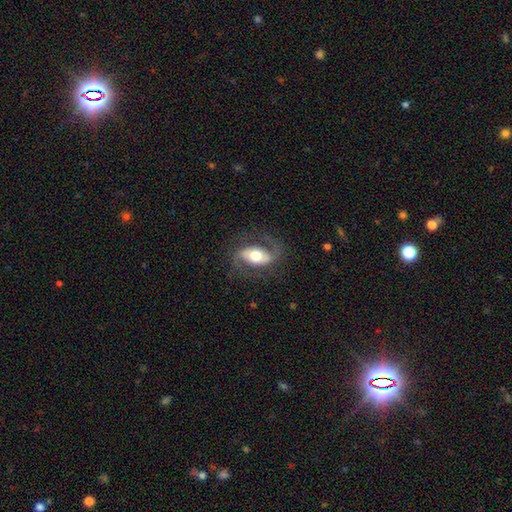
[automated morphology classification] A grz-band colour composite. It shows a featured or disk galaxy (76%) with a strong bar (36%), 2 (90%) medium (49%) spiral arms (89%) and a moderate central bulge (57%). Merging: none (74%).